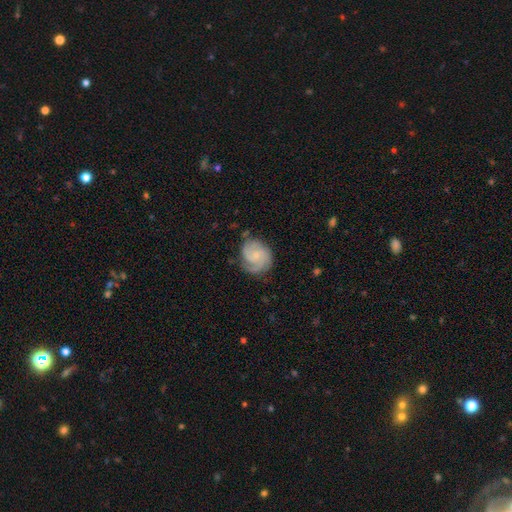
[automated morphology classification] Smooth or featured? featured or disk (81%)
Edge-on disk? no (98%)
Bar? no (67%)
Spiral arms? yes (97%)
Spiral winding? tight (54%)
Spiral arm count? 2 (45%)
Bulge size? small (68%)
Merging? none (72%)